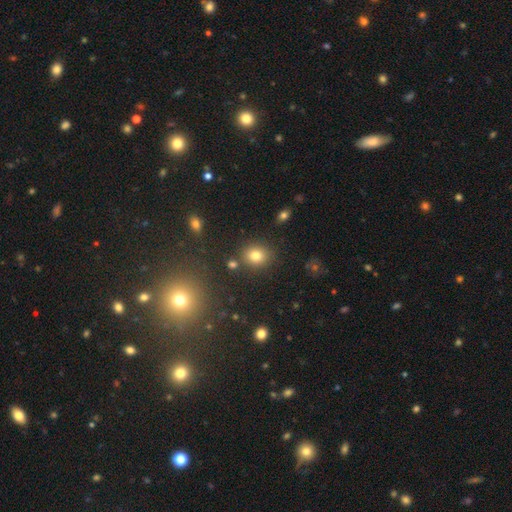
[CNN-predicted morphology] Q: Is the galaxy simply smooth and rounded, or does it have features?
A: smooth — 79%.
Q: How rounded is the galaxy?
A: round — 72%.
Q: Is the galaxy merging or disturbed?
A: none — 81%.